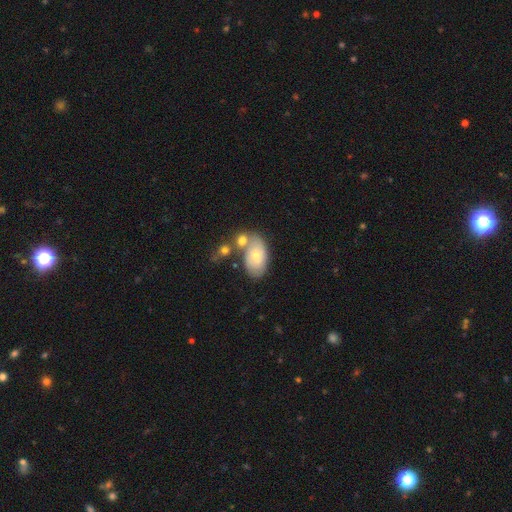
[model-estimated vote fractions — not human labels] Smooth or featured? Predicted: smooth (p=0.61). How rounded? Predicted: in between (p=0.90). Merging? Predicted: none (p=0.44).